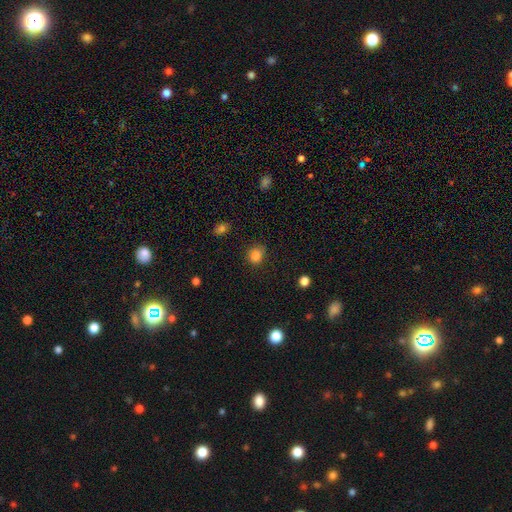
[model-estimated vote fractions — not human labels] Smooth or featured?
  - smooth: 83% *
  - star or artifact: 12%
  - featured or disk: 5%
How rounded?
  - round: 77% *
  - in between: 22%
  - cigar-shaped: 1%
Merging?
  - none: 78% *
  - minor disturbance: 17%
  - major disturbance: 4%
  - merger: 2%